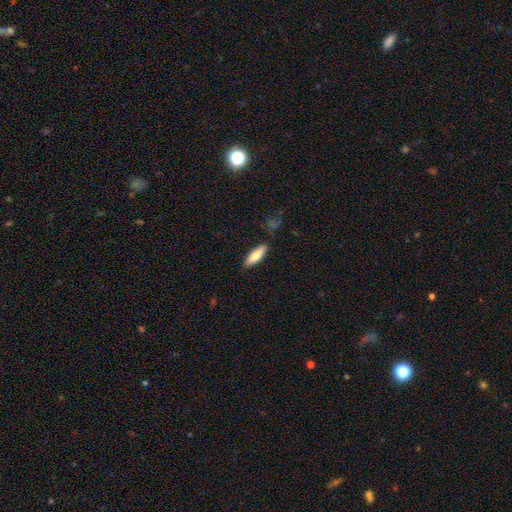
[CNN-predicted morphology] Smooth or featured? Predicted: smooth (p=0.77). How rounded? Predicted: in between (p=0.50). Merging? Predicted: none (p=0.85).